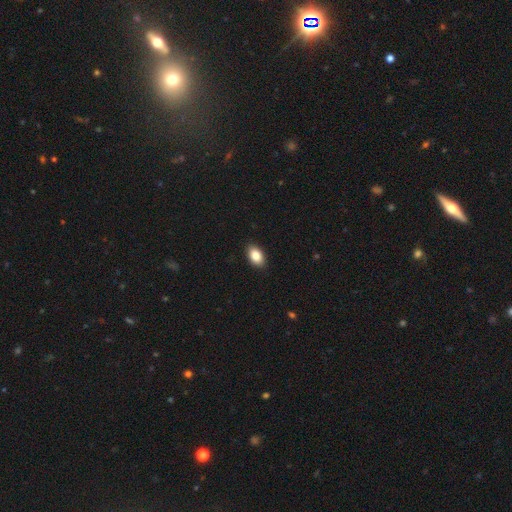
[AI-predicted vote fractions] smooth 86%, star or artifact 8%, featured or disk 7%. Down the decision tree: how rounded — in between (90%); merging — none (90%).